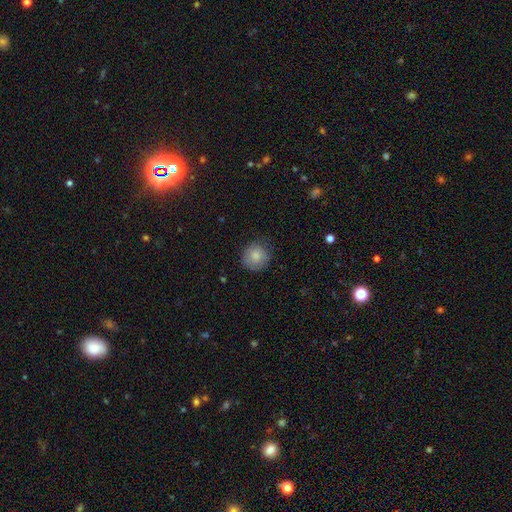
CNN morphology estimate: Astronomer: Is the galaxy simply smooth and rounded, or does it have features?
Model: smooth — 85%.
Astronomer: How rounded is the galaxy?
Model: round — 90%.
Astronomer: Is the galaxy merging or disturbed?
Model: none — 79%.